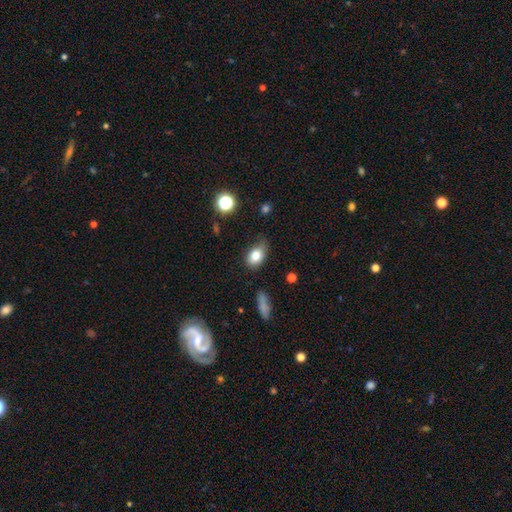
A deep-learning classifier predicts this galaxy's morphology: The model was most divided on "merging": none: 59%, minor disturbance: 31%, major disturbance: 7%, merger: 2%. More confident: how rounded — in between (80%); smooth or featured — smooth (79%).